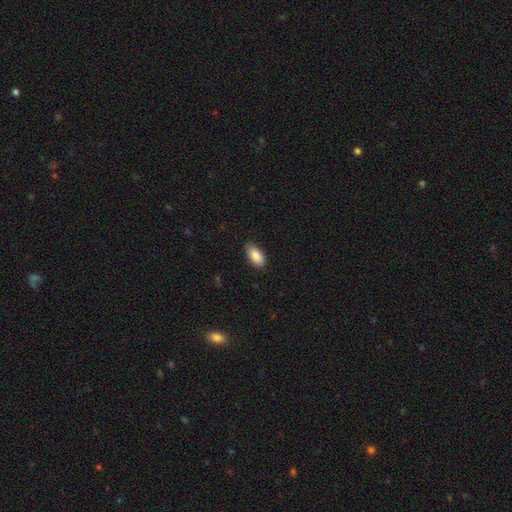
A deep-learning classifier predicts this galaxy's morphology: smooth 86%, featured or disk 7%, star or artifact 7%. Down the decision tree: how rounded — in between (92%); merging — none (83%).